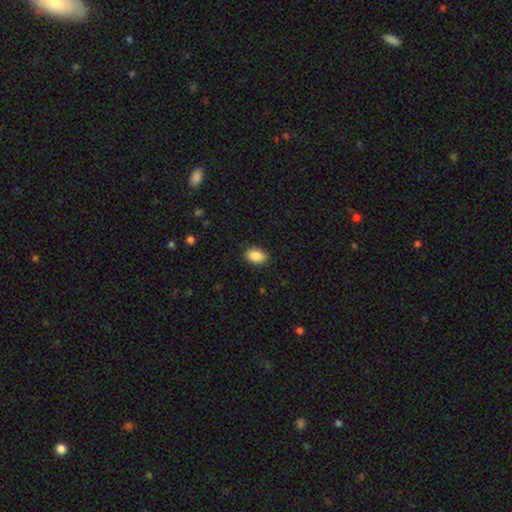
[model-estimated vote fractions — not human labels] This appears to be a smooth galaxy with no disk features (89%) that is in between round and cigar-shaped (85%). Merging: none (88%).